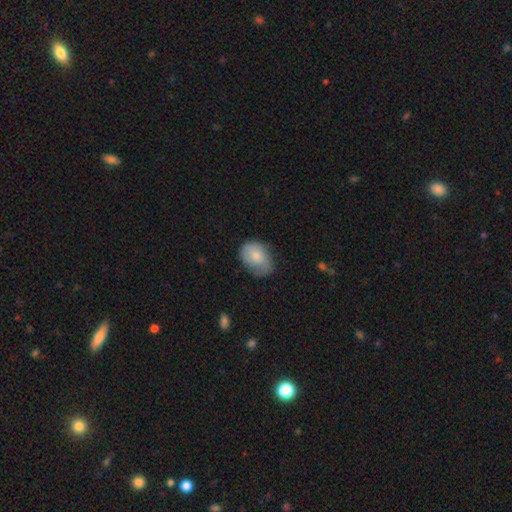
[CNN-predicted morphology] type=smooth (76%); roundness=in between (76%); merging=none (50%).